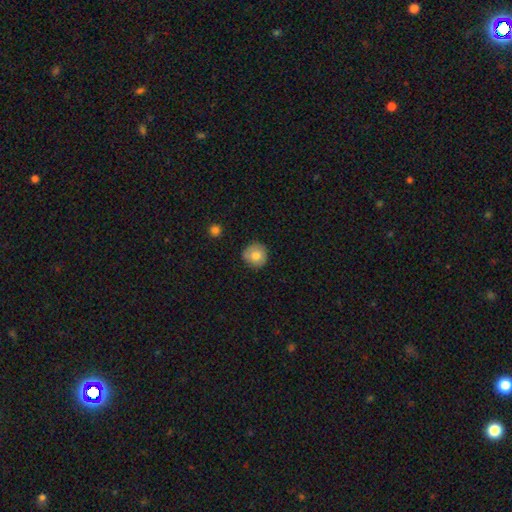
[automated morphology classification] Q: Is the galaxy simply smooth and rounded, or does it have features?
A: smooth — 76%.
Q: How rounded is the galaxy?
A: round — 93%.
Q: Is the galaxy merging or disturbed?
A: none — 82%.